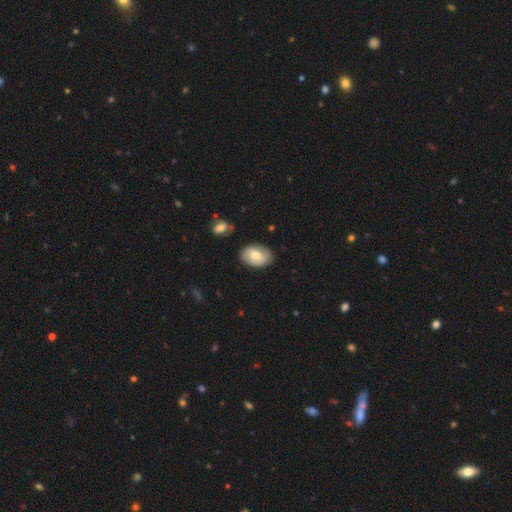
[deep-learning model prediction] This is likely a smooth galaxy (71%). How rounded: clearly in between (88%). Merging: clearly none (81%).